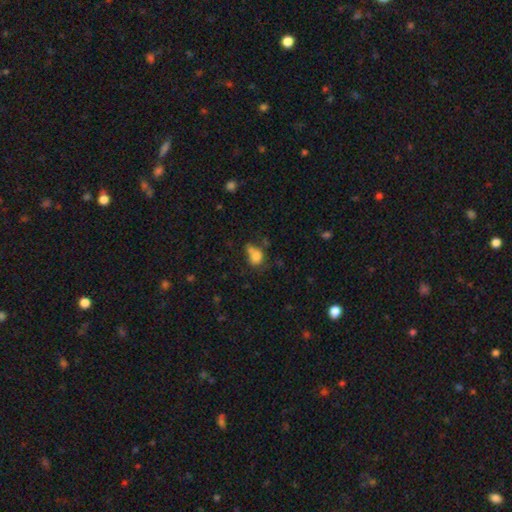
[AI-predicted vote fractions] Smooth or featured? smooth (75%)
How rounded? in between (58%)
Merging? merger (34%)